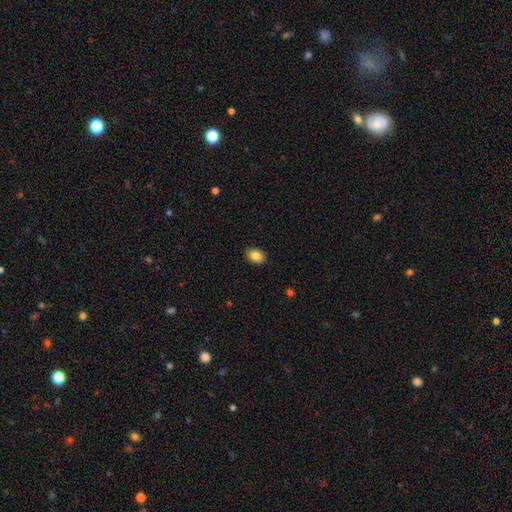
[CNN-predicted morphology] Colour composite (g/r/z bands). It shows a smooth galaxy with no disk features (85%) that is in between round and cigar-shaped (78%). Merging: none (88%).